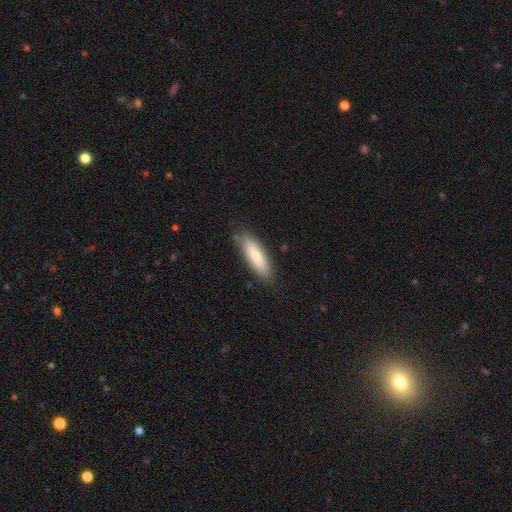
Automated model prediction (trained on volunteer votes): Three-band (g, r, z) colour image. It shows a smooth galaxy with no disk features (77%) that is cigar-shaped (58%). Merging: none (83%).